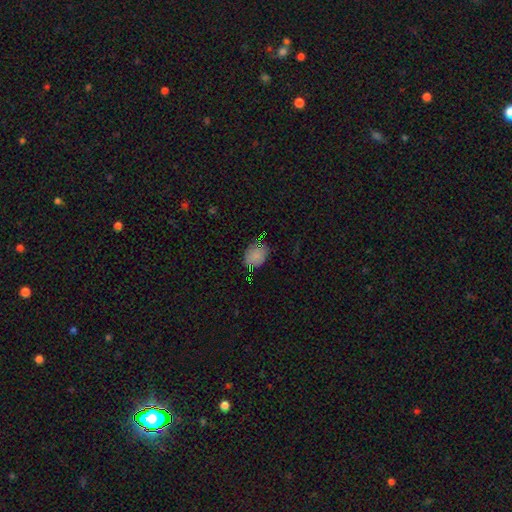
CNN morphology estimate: smooth-or-featured: smooth: 74% | star or artifact: 21% | featured or disk: 5%
  how-rounded: in between: 53% | round: 45% | cigar-shaped: 2%
  merging: none: 83% | minor disturbance: 12% | major disturbance: 3% | merger: 2%